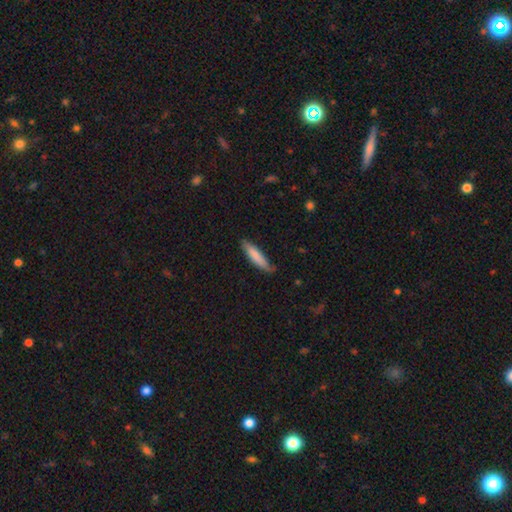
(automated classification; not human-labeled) smooth_or_featured: smooth (p=0.80) [alt: featured or disk p=0.15]
how_rounded: cigar-shaped (p=0.79) [alt: in between p=0.20]
merging: none (p=0.74) [alt: minor disturbance p=0.22]